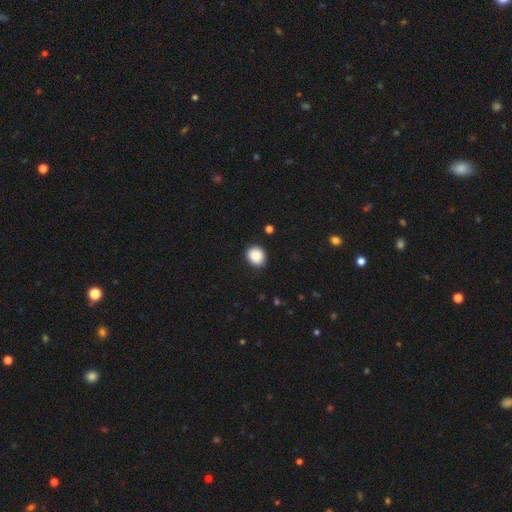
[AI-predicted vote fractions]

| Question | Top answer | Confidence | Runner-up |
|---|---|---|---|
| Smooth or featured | smooth | 88% | star or artifact (8%) |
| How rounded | round | 71% | in between (28%) |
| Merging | none | 88% | minor disturbance (9%) |